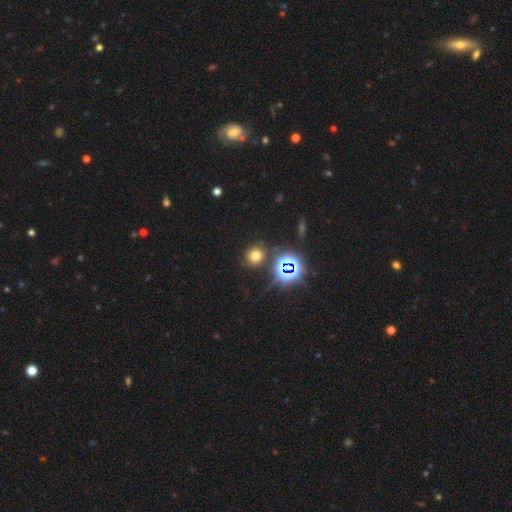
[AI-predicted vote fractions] smooth_or_featured: smooth (p=0.63) [alt: star or artifact p=0.29]
how_rounded: round (p=0.85) [alt: in between p=0.14]
merging: none (p=0.84) [alt: minor disturbance p=0.08]